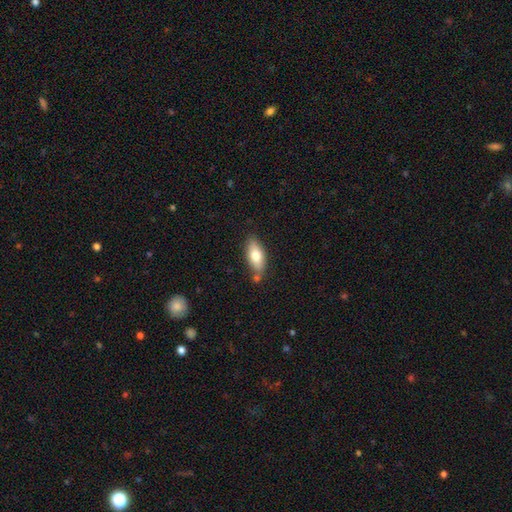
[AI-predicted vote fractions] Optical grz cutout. It shows a smooth galaxy with no disk features (71%) that is in between round and cigar-shaped (81%). Merging: none (72%).